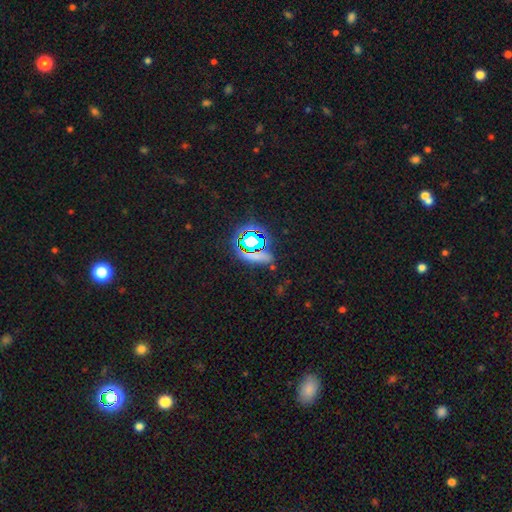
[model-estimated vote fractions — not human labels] Smooth or featured: star or artifact — 57% (smooth — 32%)